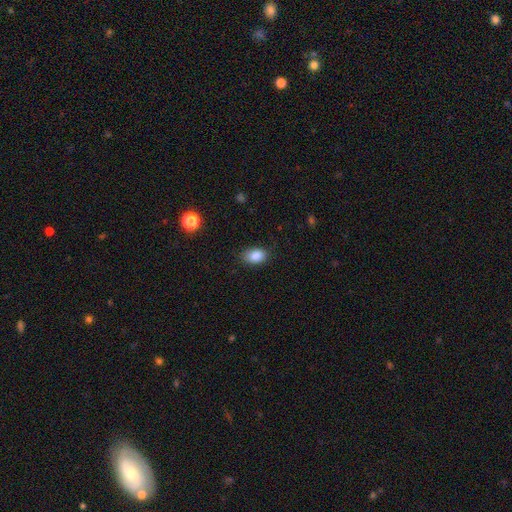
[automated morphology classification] Q: Smooth or featured?
A: smooth (87%); runner-up: star or artifact (9%)
Q: How rounded?
A: in between (86%); runner-up: round (13%)
Q: Merging?
A: none (80%); runner-up: minor disturbance (15%)